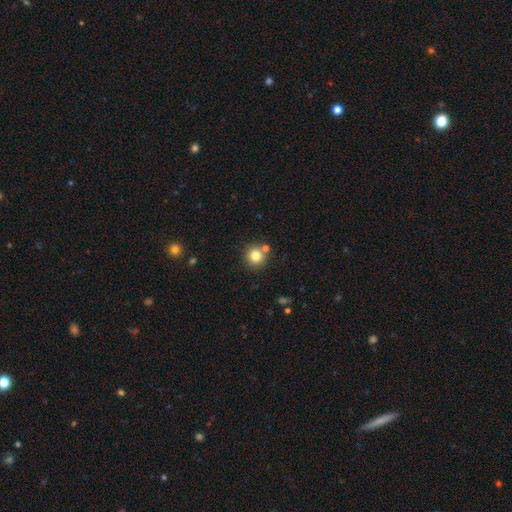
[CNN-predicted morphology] A smooth galaxy with no disk features (81%) that is round (93%). Merging: none (79%).